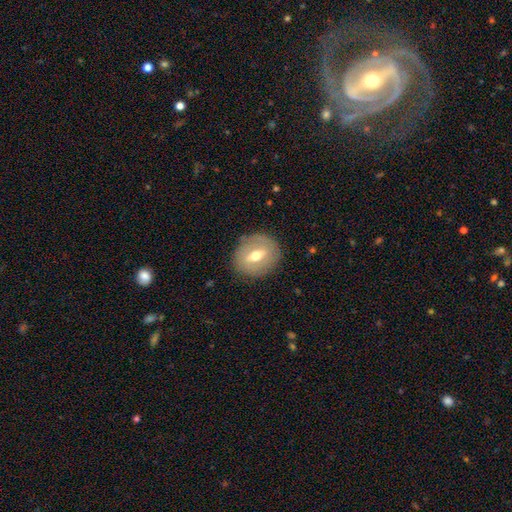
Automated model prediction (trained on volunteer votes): Smooth or featured? Predicted: featured or disk (p=0.50). Merging? Predicted: none (p=0.86).